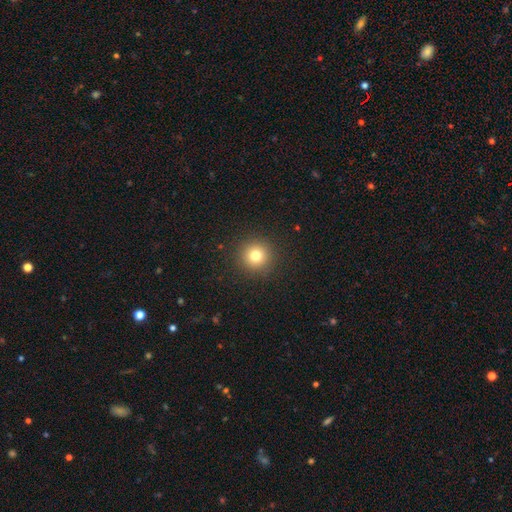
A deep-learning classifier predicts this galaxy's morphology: Smooth or featured?
  - smooth: 77% *
  - star or artifact: 15%
  - featured or disk: 8%
How rounded?
  - round: 95% *
  - in between: 4%
  - cigar-shaped: 1%
Merging?
  - none: 92% *
  - minor disturbance: 5%
  - major disturbance: 2%
  - merger: 1%